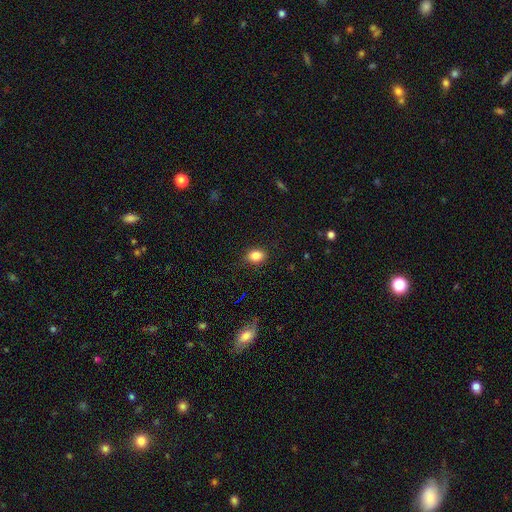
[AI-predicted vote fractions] Smooth or featured? Predicted: smooth (p=0.84). How rounded? Predicted: in between (p=0.62). Merging? Predicted: none (p=0.85).